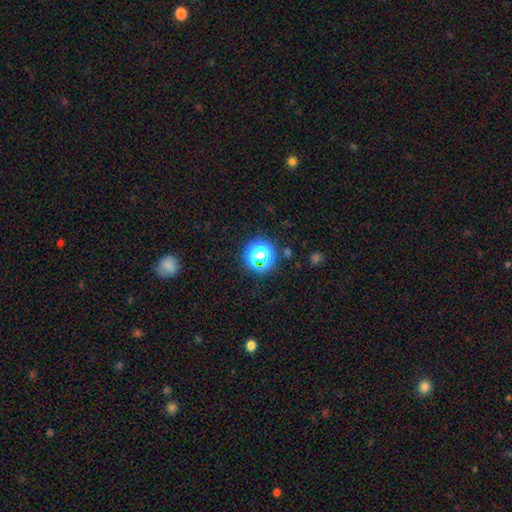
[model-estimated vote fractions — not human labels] Smooth or featured?
  - star or artifact: 52% *
  - smooth: 39%
  - featured or disk: 9%